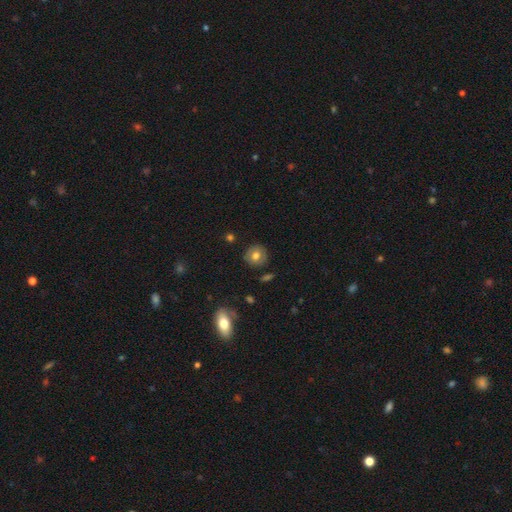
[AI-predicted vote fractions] Smooth or featured: smooth — 70% (featured or disk — 21%)
How rounded: round — 88% (in between — 10%)
Merging: none — 85% (minor disturbance — 10%)